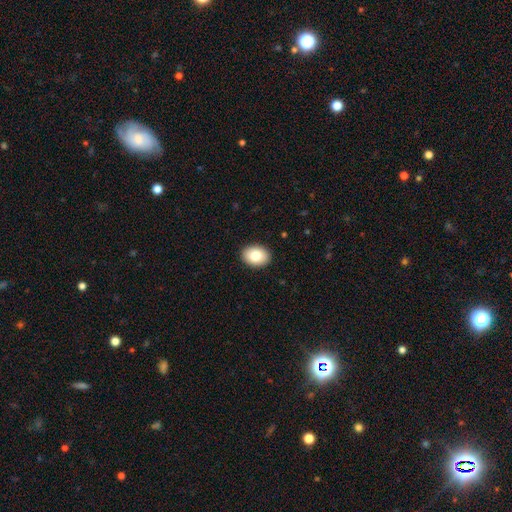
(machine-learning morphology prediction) type=smooth (82%); roundness=in between (74%); merging=none (91%).